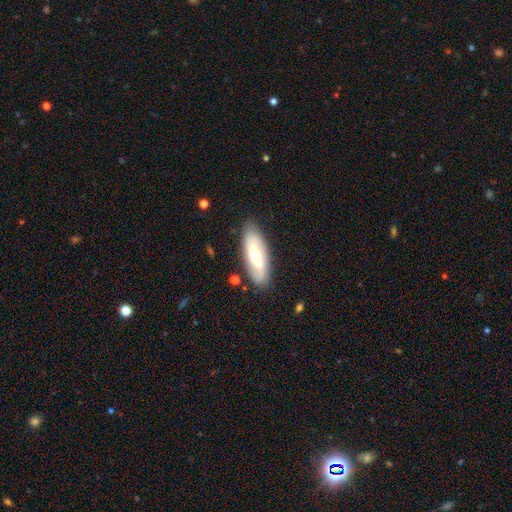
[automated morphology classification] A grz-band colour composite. It shows a featured or disk galaxy (50%). Merging: none (82%).